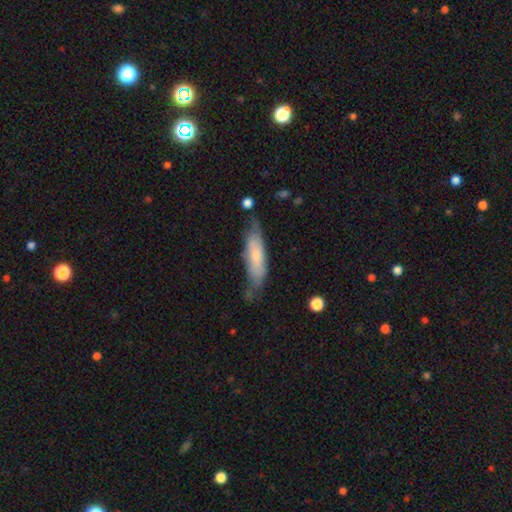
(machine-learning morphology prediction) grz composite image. It shows a smooth galaxy with no disk features (62%) that is cigar-shaped (61%). Merging: none (55%).